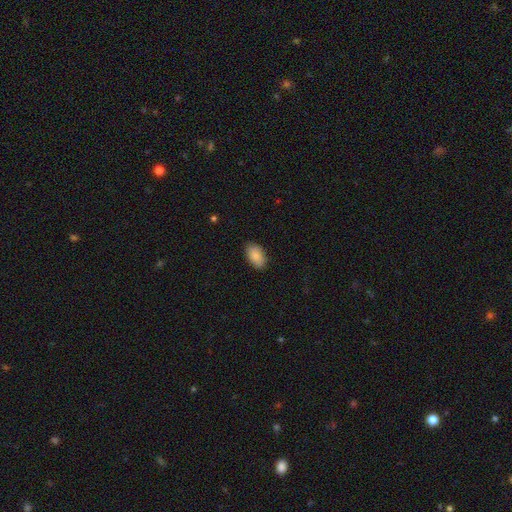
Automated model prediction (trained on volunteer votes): This is clearly a smooth galaxy (86%). How rounded: clearly in between (93%). Merging: clearly none (87%).